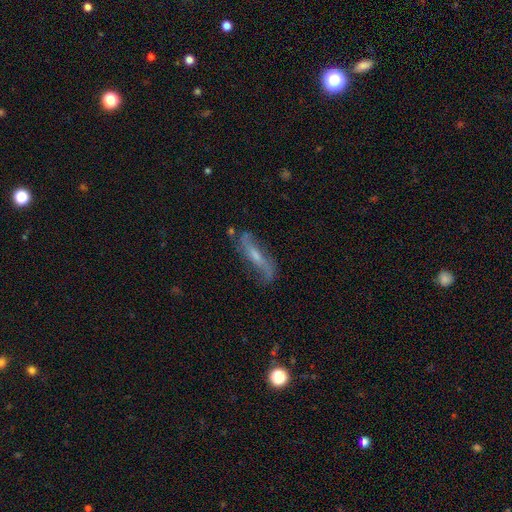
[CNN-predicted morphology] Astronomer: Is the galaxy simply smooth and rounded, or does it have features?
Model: featured or disk — 70%.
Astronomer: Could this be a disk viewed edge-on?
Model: no — 61% (runner-up: yes, 39%).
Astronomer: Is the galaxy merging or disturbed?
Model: none — 65%.